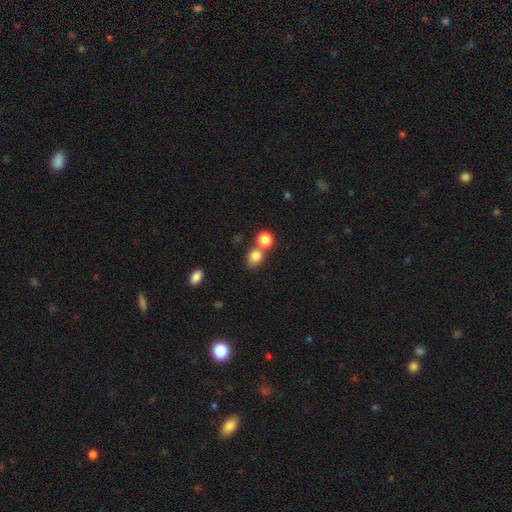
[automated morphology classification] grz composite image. It shows a smooth galaxy with no disk features (81%) that is round (55%). Merging: none (47%).